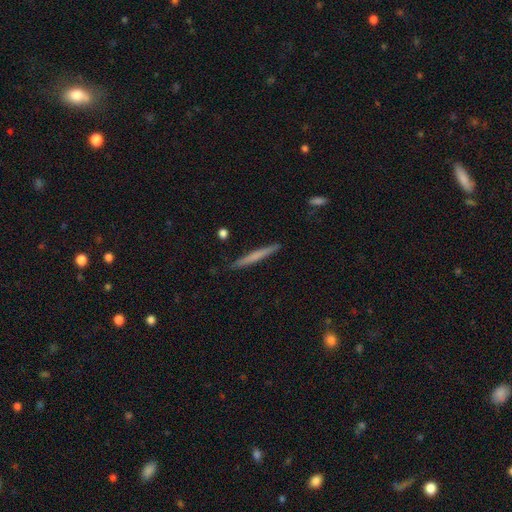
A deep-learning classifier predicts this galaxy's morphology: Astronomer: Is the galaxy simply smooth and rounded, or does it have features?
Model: smooth — 56% (runner-up: featured or disk, 38%).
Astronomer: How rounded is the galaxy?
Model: cigar-shaped — 96%.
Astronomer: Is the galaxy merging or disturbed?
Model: none — 89%.